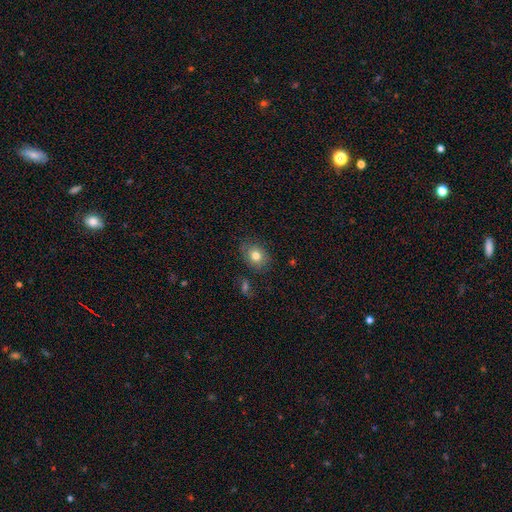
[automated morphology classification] Smooth or featured: smooth — 77% (featured or disk — 13%)
How rounded: in between — 55% (round — 44%)
Merging: none — 75% (minor disturbance — 17%)